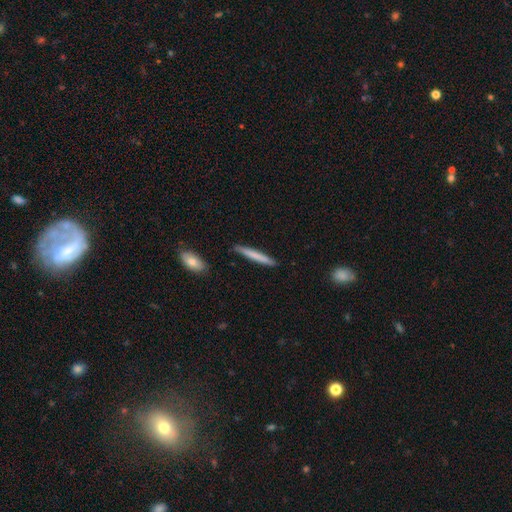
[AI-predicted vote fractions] smooth_or_featured: smooth (p=0.71) [alt: featured or disk p=0.23]
how_rounded: cigar-shaped (p=0.96) [alt: in between p=0.03]
merging: none (p=0.90) [alt: minor disturbance p=0.07]